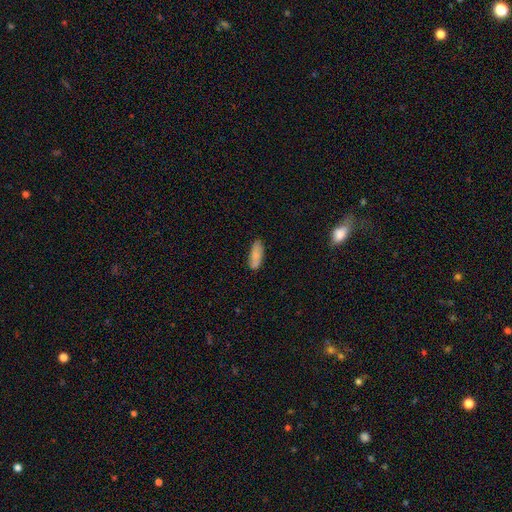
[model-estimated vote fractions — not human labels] Smooth or featured: smooth — 81% (featured or disk — 12%)
How rounded: in between — 70% (cigar-shaped — 28%)
Merging: none — 74% (minor disturbance — 19%)